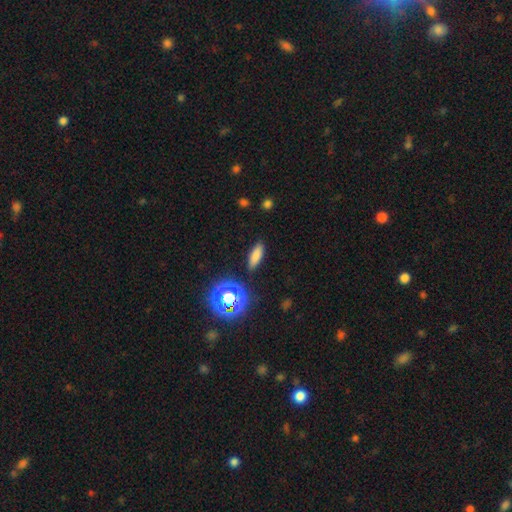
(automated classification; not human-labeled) smooth_or_featured: smooth (p=0.75) [alt: star or artifact p=0.17]
how_rounded: in between (p=0.58) [alt: cigar-shaped p=0.37]
merging: none (p=0.87) [alt: minor disturbance p=0.09]